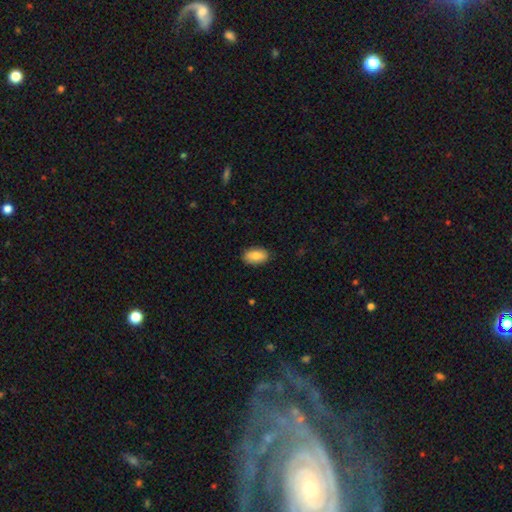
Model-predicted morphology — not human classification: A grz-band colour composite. It shows a smooth galaxy with no disk features (84%) that is in between round and cigar-shaped (93%). Merging: none (88%).